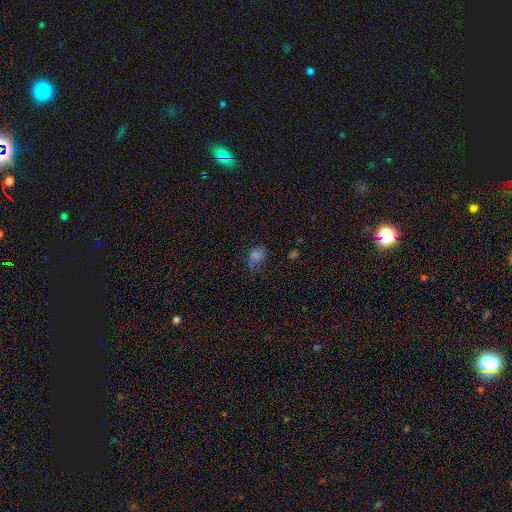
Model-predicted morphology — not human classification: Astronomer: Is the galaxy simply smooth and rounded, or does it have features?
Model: smooth — 69%.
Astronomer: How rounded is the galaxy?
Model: round — 51% (runner-up: in between, 48%).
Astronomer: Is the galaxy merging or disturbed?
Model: none — 51% (runner-up: minor disturbance, 30%).